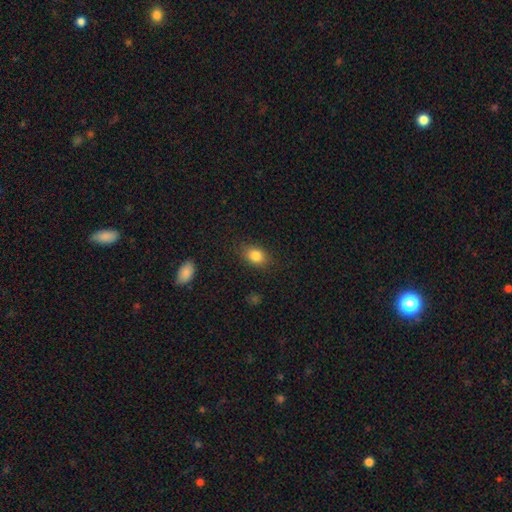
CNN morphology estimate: Overall: smooth (83%). How rounded: in between (71%). Merging: none (83%).